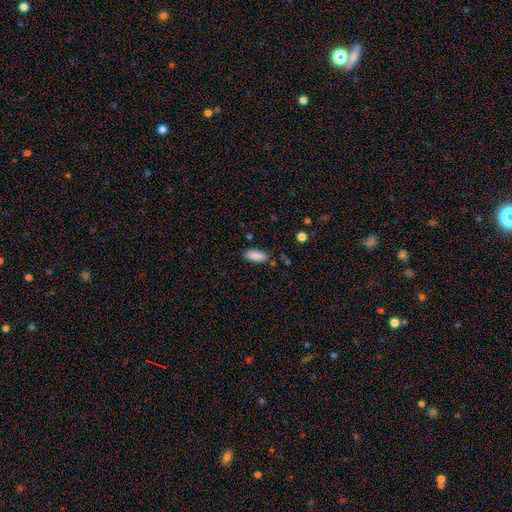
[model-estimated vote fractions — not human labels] The model was most divided on "how rounded": in between: 84%, cigar-shaped: 14%, round: 2%. More confident: smooth or featured — smooth (88%); merging — none (83%).